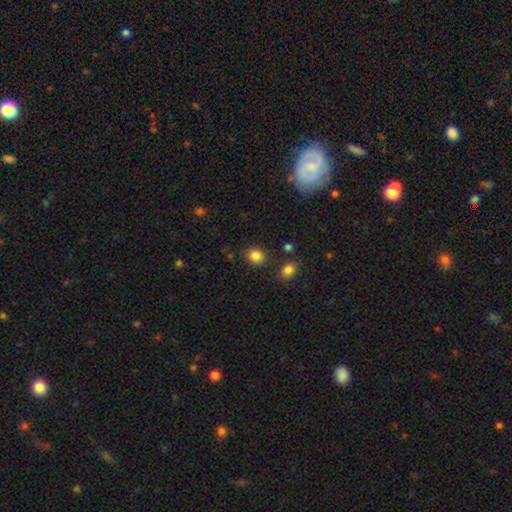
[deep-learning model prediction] Morphology: type=smooth (85%); roundness=round (75%); merging=none (85%).